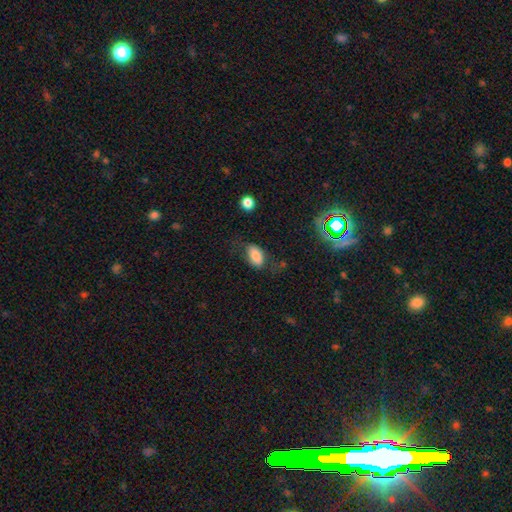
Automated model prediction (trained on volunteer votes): This is likely a smooth galaxy (78%). How rounded: clearly in between (91%). Merging: possibly none (60%).